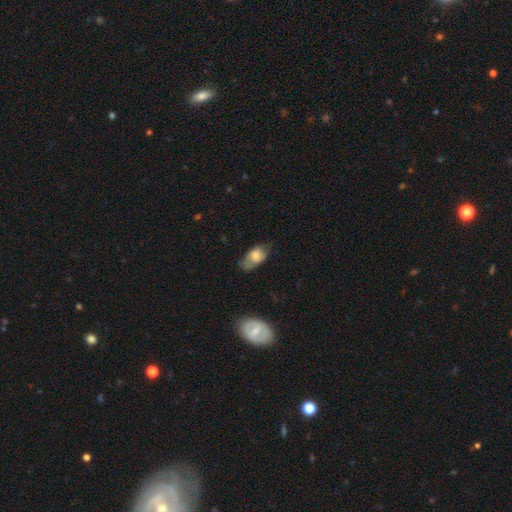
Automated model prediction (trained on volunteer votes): A smooth galaxy with no disk features (67%) that is in between round and cigar-shaped (90%).

Vote fractions:
- Smooth or featured? smooth: 67% / featured or disk: 26% / star or artifact: 7%
- How rounded? in between: 90% / round: 6% / cigar-shaped: 4%
- Merging? none: 52% / minor disturbance: 34% / major disturbance: 12% / merger: 2%